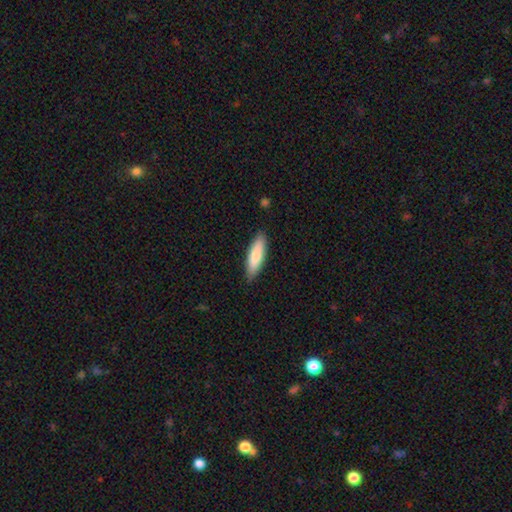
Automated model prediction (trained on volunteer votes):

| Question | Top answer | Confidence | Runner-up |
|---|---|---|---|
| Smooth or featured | smooth | 82% | featured or disk (12%) |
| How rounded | cigar-shaped | 59% | in between (40%) |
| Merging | none | 88% | minor disturbance (10%) |